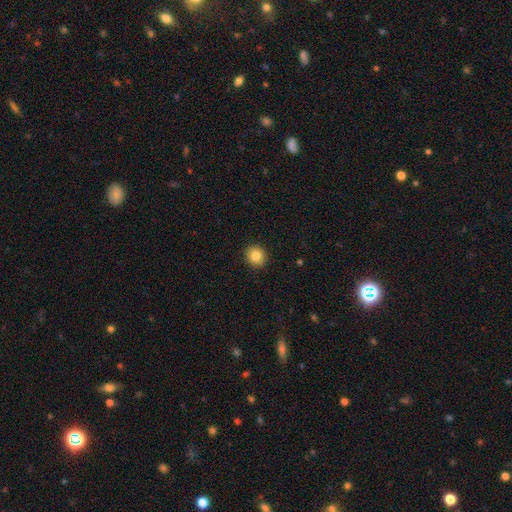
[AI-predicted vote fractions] smooth-or-featured: smooth: 84% | star or artifact: 10% | featured or disk: 7%
  how-rounded: round: 85% | in between: 14% | cigar-shaped: 1%
  merging: none: 92% | minor disturbance: 6% | major disturbance: 2% | merger: 1%